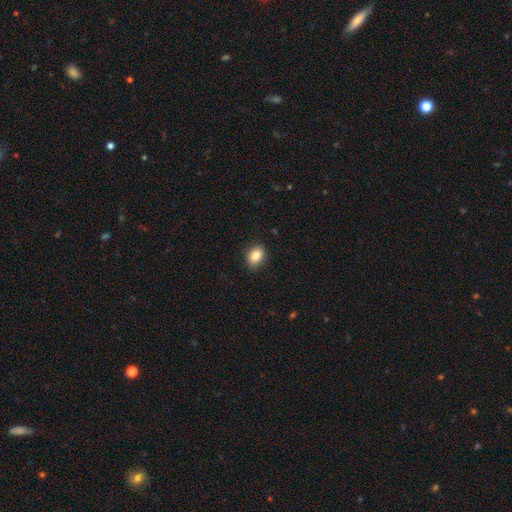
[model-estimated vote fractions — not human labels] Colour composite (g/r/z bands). It shows a smooth galaxy with no disk features (83%) that is in between round and cigar-shaped (62%). Merging: none (88%).